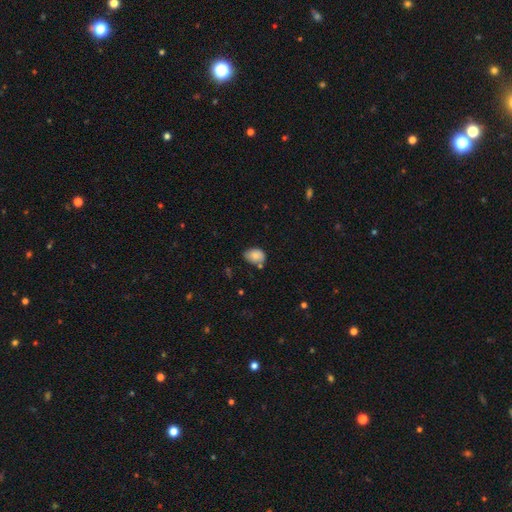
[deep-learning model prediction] Smooth or featured: smooth — 80% (featured or disk — 12%)
How rounded: in between — 75% (round — 24%)
Merging: none — 58% (minor disturbance — 27%)